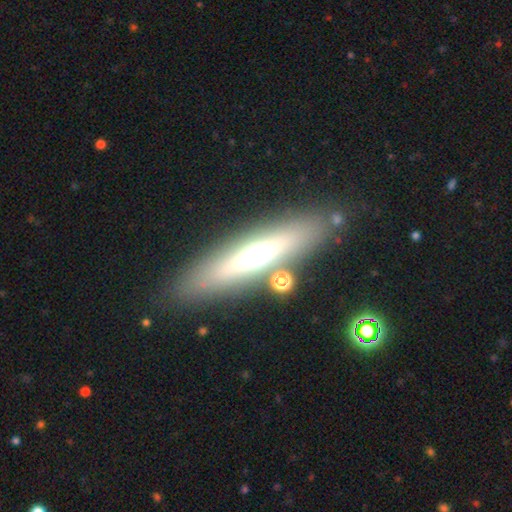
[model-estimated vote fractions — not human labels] A featured or disk galaxy (50%) viewed edge-on (82%). Merging: none (83%).